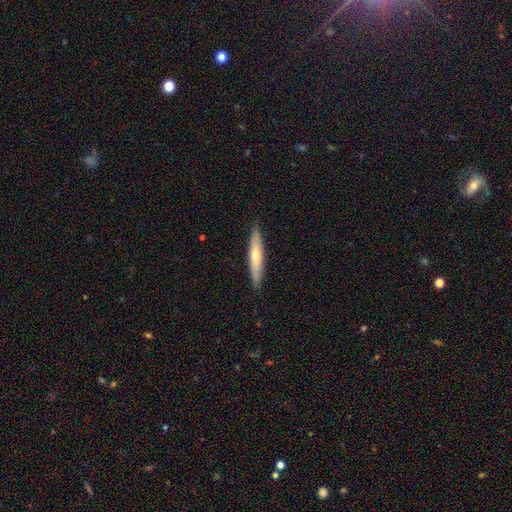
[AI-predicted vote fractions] A smooth galaxy with no disk features (53%) that is cigar-shaped (90%).

Vote fractions:
- Smooth or featured? smooth: 53% / featured or disk: 42% / star or artifact: 5%
- How rounded? cigar-shaped: 90% / in between: 9% / round: 1%
- Merging? none: 89% / minor disturbance: 9% / major disturbance: 2% / merger: 1%